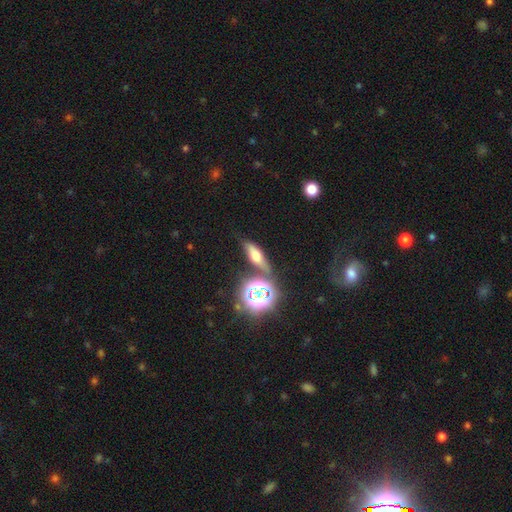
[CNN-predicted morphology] Smooth or featured? smooth (44%)
Merging? none (71%)